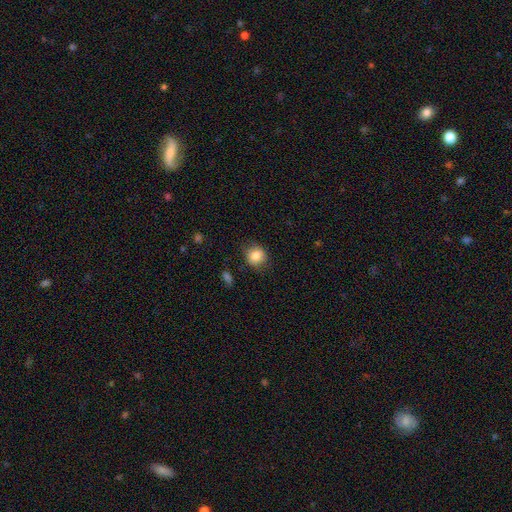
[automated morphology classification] Smooth or featured: smooth — 82% (star or artifact — 9%)
How rounded: round — 80% (in between — 19%)
Merging: none — 79% (minor disturbance — 15%)